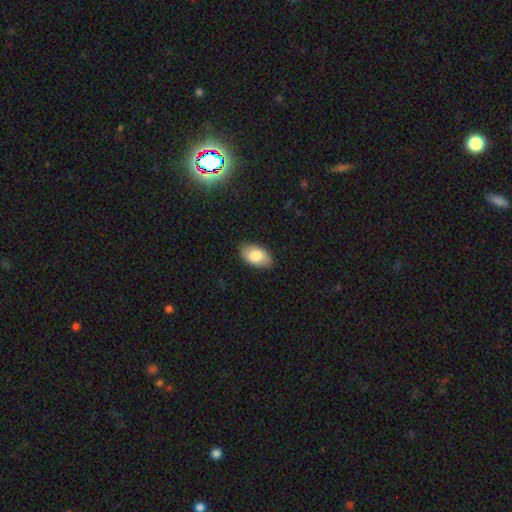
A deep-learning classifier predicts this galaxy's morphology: Smooth or featured? Predicted: smooth (p=0.83). How rounded? Predicted: in between (p=0.94). Merging? Predicted: none (p=0.87).